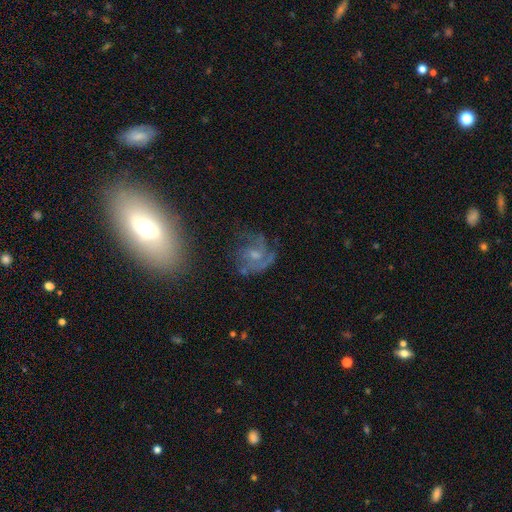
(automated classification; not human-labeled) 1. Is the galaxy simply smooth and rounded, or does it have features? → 70% featured or disk, 20% smooth, 11% star or artifact.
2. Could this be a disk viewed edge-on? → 97% no, 3% yes.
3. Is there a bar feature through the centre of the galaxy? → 62% no, 33% weak, 5% strong.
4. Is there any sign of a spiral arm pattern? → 82% yes, 18% no.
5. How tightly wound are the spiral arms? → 45% medium, 33% tight, 22% loose.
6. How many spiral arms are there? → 30% can't tell, 24% 2, 23% 3, 12% 1, 6% 4, 5% more than 4.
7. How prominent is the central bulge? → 44% moderate, 38% small, 13% none, 4% large, 1% dominant.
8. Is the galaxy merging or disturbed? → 50% none, 25% major disturbance, 21% minor disturbance, 4% merger.